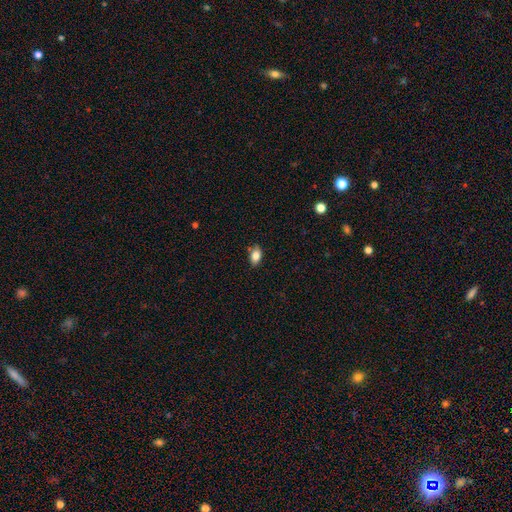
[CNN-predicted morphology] Smooth or featured? smooth (84%)
How rounded? in between (89%)
Merging? none (80%)